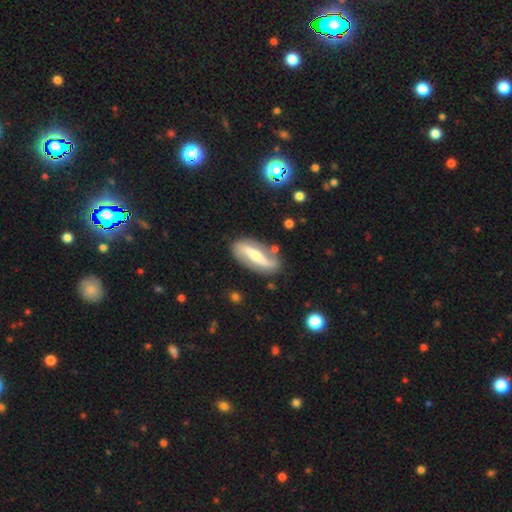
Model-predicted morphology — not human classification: featured or disk 72%, smooth 22%, star or artifact 6%. Down the decision tree: edge-on disk — no (74%); bar — strong (64%); spiral arms — yes (76%); bulge size — moderate (55%); merging — none (80%).